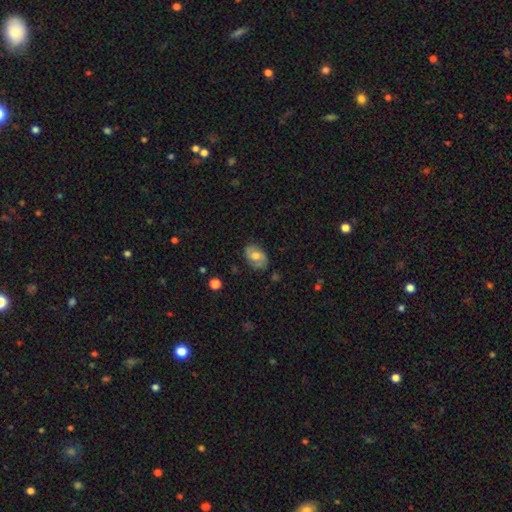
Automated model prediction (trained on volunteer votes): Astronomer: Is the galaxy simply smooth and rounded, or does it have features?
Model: smooth — 49% (runner-up: featured or disk, 43%).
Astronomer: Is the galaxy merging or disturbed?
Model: none — 73%.